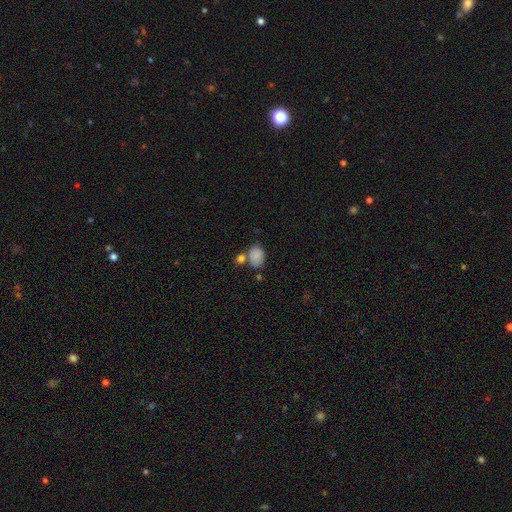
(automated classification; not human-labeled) smooth 85%, star or artifact 9%, featured or disk 6%. Down the decision tree: how rounded — in between (70%); merging — none (57%).